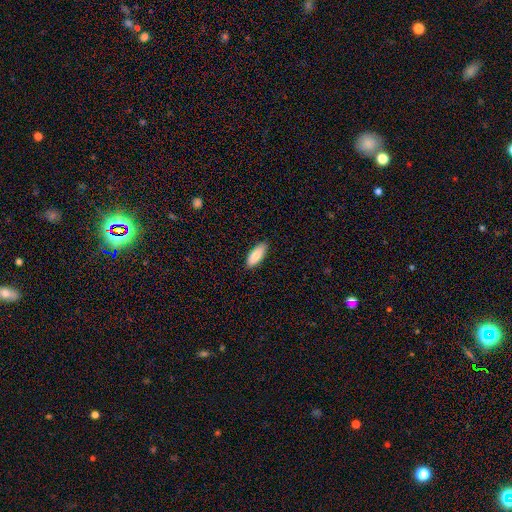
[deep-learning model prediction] Smooth or featured?
  - smooth: 81% *
  - featured or disk: 14%
  - star or artifact: 6%
How rounded?
  - in between: 82% *
  - cigar-shaped: 16%
  - round: 2%
Merging?
  - none: 88% *
  - minor disturbance: 9%
  - major disturbance: 2%
  - merger: 1%